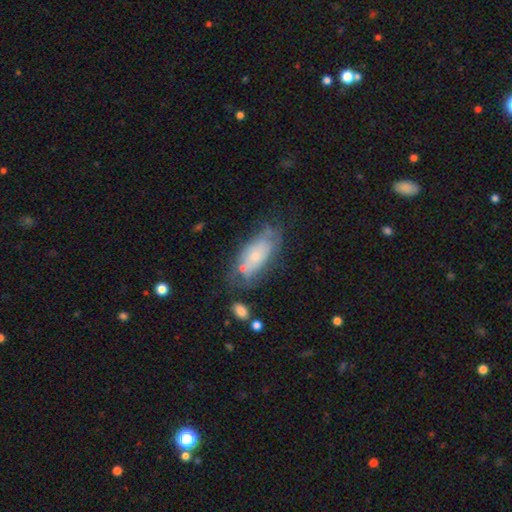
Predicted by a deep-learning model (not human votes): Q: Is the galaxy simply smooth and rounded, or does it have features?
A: smooth — 62%.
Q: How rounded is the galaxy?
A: in between — 84%.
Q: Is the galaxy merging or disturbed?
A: none — 50%.